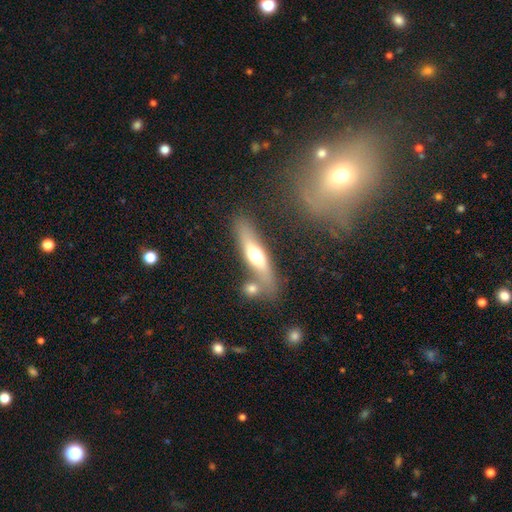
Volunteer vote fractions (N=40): smooth_or_featured: smooth (p=0.53) [alt: featured or disk p=0.42]
how_rounded: cigar-shaped (p=0.81) [alt: in between p=0.19]
merging: none (p=0.58) [alt: merger p=0.26]